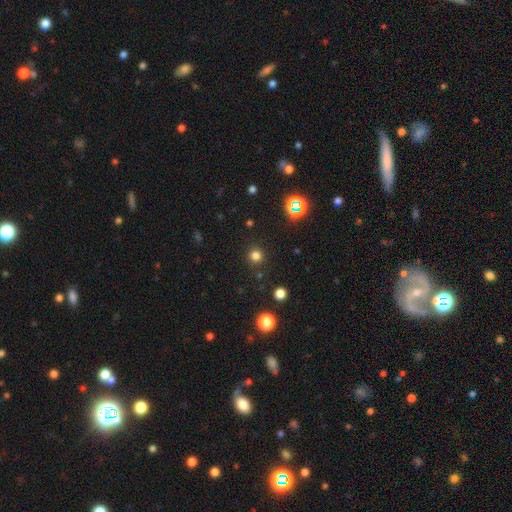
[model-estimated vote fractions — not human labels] smooth-or-featured: smooth: 77% | star or artifact: 19% | featured or disk: 5%
  how-rounded: round: 95% | in between: 4% | cigar-shaped: 1%
  merging: none: 90% | minor disturbance: 6% | major disturbance: 3% | merger: 2%